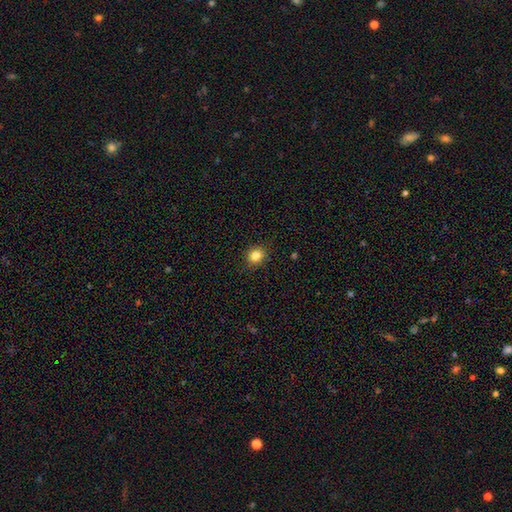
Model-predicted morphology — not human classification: Q: Smooth or featured?
A: smooth (83%); runner-up: star or artifact (11%)
Q: How rounded?
A: round (77%); runner-up: in between (22%)
Q: Merging?
A: none (89%); runner-up: minor disturbance (8%)